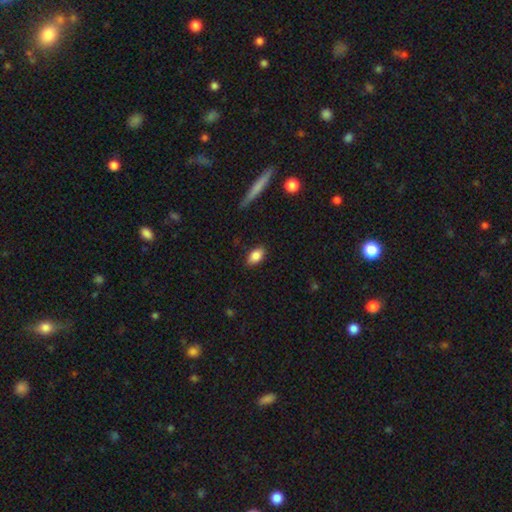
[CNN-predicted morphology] Smooth or featured? Predicted: smooth (p=0.85). How rounded? Predicted: in between (p=0.89). Merging? Predicted: none (p=0.86).